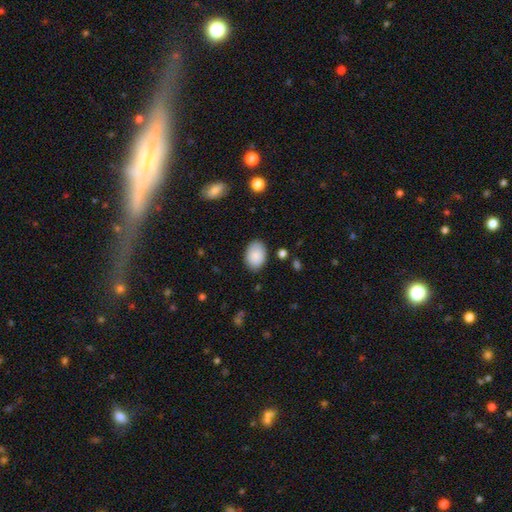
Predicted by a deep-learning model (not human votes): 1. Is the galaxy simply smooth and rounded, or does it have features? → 88% smooth, 7% star or artifact, 5% featured or disk.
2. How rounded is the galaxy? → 82% in between, 17% round, 1% cigar-shaped.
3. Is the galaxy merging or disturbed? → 84% none, 12% minor disturbance, 3% major disturbance, 1% merger.